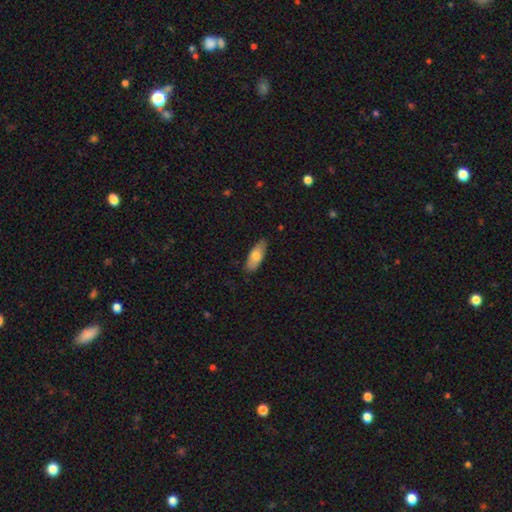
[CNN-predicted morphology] type=smooth (73%); roundness=in between (74%); merging=none (83%).